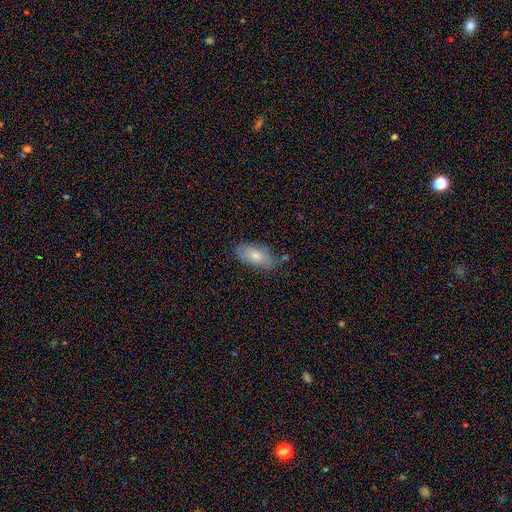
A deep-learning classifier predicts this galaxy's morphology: A smooth galaxy with no disk features (76%) that is in between round and cigar-shaped (91%). Merging: none (73%).